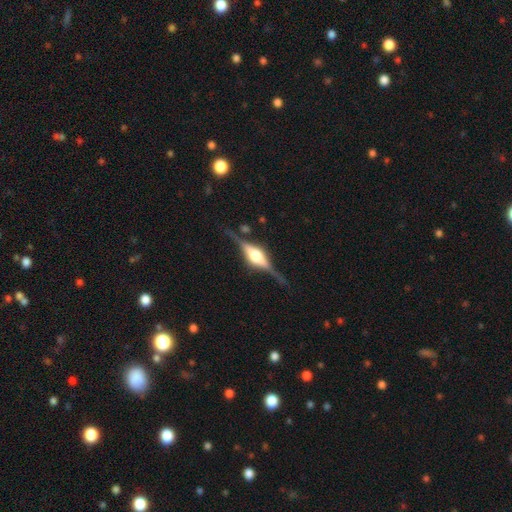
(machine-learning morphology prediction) Smooth or featured?
  - featured or disk: 87% *
  - smooth: 8%
  - star or artifact: 5%
Edge-on disk?
  - yes: 98% *
  - no: 2%
Edge-on bulge?
  - rounded: 88% *
  - boxy: 11%
  - none: 1%
Merging?
  - none: 83% *
  - minor disturbance: 12%
  - major disturbance: 4%
  - merger: 2%